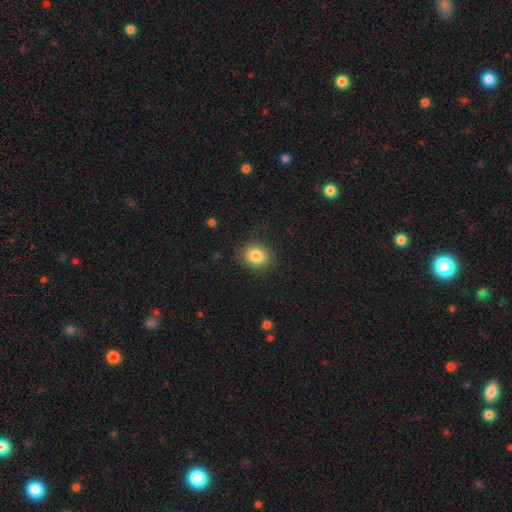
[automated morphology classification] Smooth or featured? Predicted: smooth (p=0.84). How rounded? Predicted: round (p=0.59). Merging? Predicted: none (p=0.84).